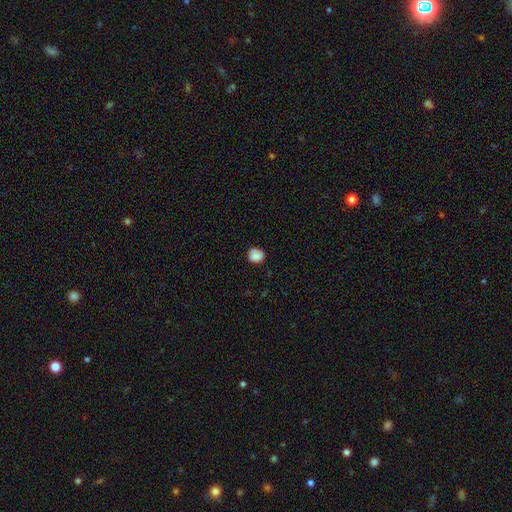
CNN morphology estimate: smooth 86%, star or artifact 9%, featured or disk 5%. Down the decision tree: how rounded — round (79%); merging — none (80%).